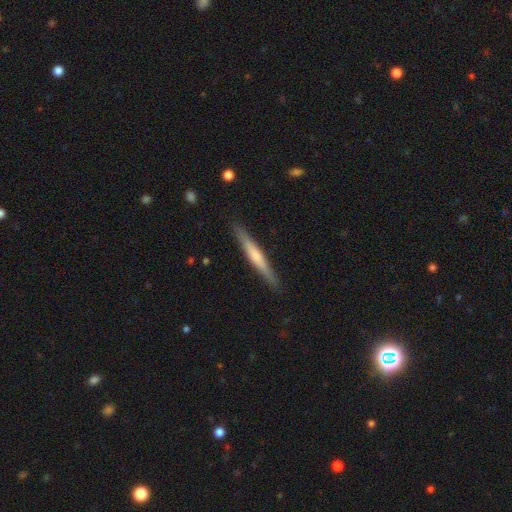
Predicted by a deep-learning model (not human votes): Q: Smooth or featured?
A: featured or disk (49%); runner-up: smooth (45%)
Q: Merging?
A: none (90%); runner-up: minor disturbance (7%)